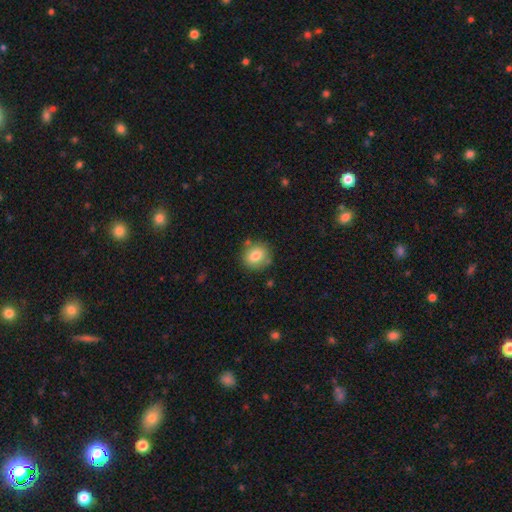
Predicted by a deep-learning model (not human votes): The model was most divided on "how rounded": round: 75%, in between: 24%, cigar-shaped: 1%. More confident: merging — none (80%); smooth or featured — smooth (79%).